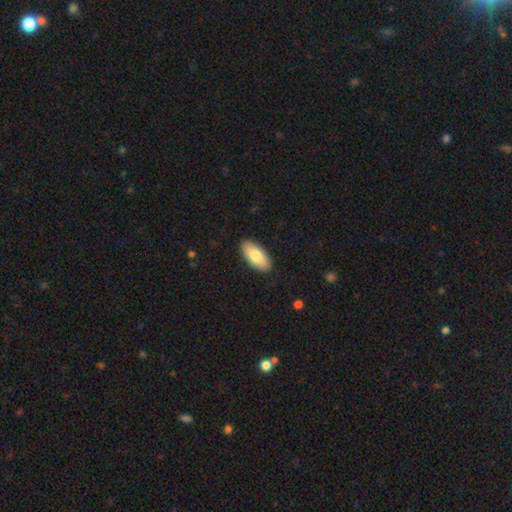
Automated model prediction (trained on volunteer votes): Smooth or featured?
  - smooth: 79% *
  - featured or disk: 16%
  - star or artifact: 5%
How rounded?
  - in between: 91% *
  - cigar-shaped: 7%
  - round: 2%
Merging?
  - none: 89% *
  - minor disturbance: 8%
  - major disturbance: 2%
  - merger: 1%